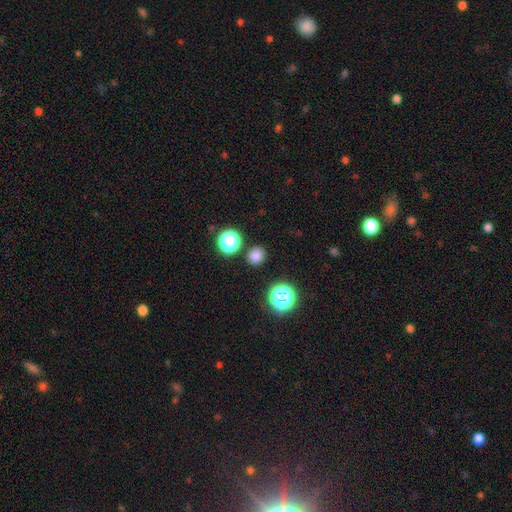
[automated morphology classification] Smooth or featured: smooth — 77% (star or artifact — 18%)
How rounded: round — 86% (in between — 13%)
Merging: none — 88% (minor disturbance — 7%)